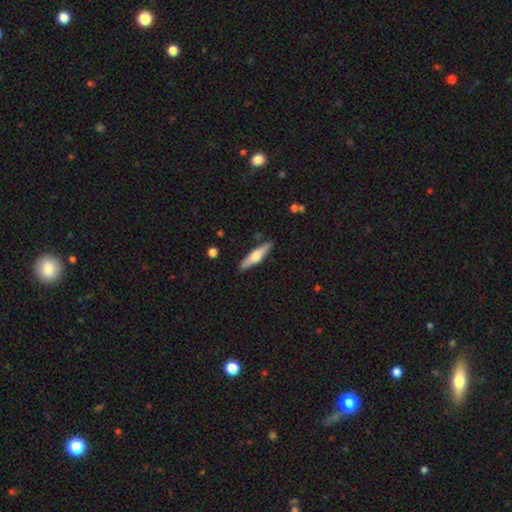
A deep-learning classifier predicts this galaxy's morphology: type=smooth (50%); roundness=cigar-shaped (77%); merging=none (88%).